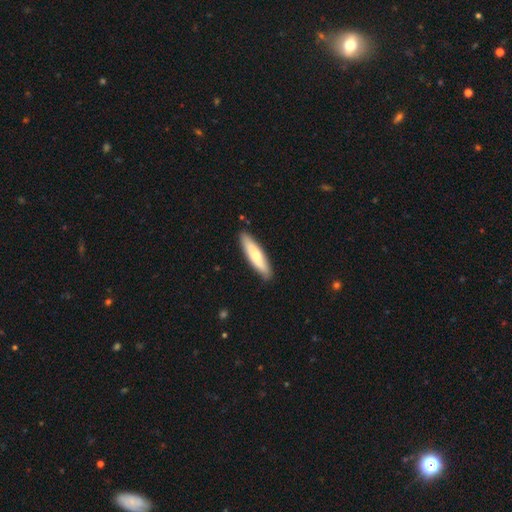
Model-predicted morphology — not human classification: A smooth galaxy with no disk features (67%) that is cigar-shaped (77%). Merging: none (88%).